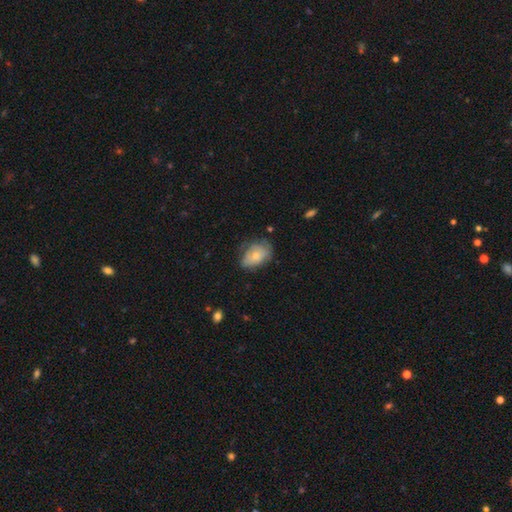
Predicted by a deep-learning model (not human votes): Smooth or featured?
  - smooth: 66% *
  - featured or disk: 27%
  - star or artifact: 7%
How rounded?
  - in between: 80% *
  - round: 18%
  - cigar-shaped: 1%
Merging?
  - none: 54% *
  - minor disturbance: 33%
  - major disturbance: 12%
  - merger: 2%